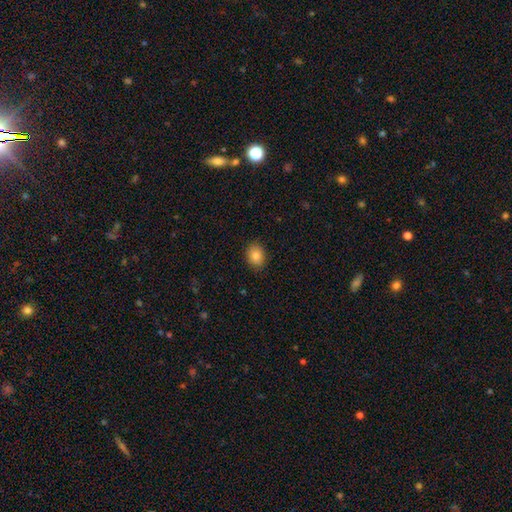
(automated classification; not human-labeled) Smooth or featured? smooth (85%)
How rounded? in between (64%)
Merging? none (88%)